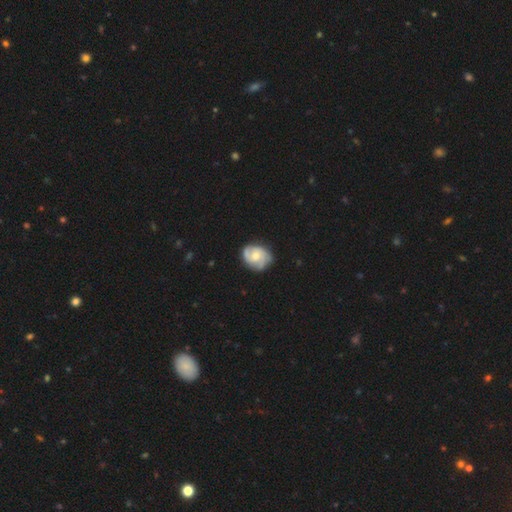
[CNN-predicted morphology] This appears to be a featured or disk galaxy (77%) with no bar (68%), 3 (40%) tight (45%) spiral arms (95%) and a moderate central bulge (57%). Merging: none (74%).